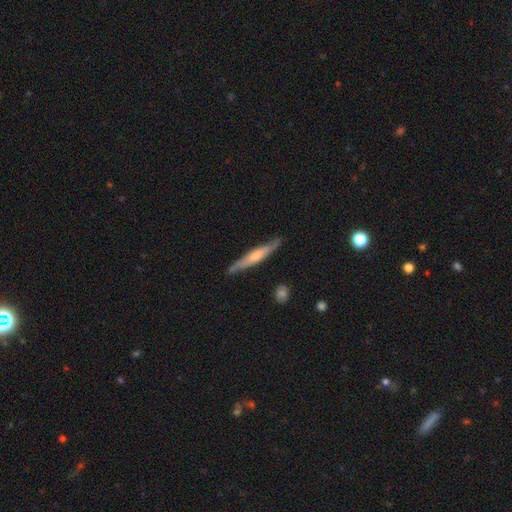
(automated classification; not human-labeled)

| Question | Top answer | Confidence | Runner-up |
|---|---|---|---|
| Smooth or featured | featured or disk | 55% | smooth (40%) |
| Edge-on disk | yes | 88% | no (12%) |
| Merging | none | 81% | minor disturbance (15%) |